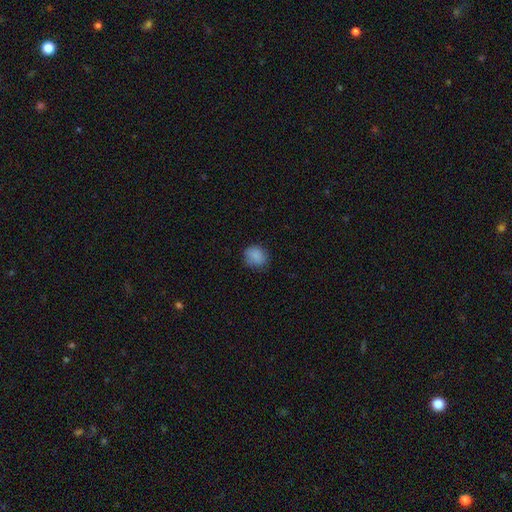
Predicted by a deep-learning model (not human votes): smooth_or_featured: smooth (p=0.85) [alt: star or artifact p=0.09]
how_rounded: round (p=0.69) [alt: in between p=0.30]
merging: none (p=0.75) [alt: minor disturbance p=0.19]